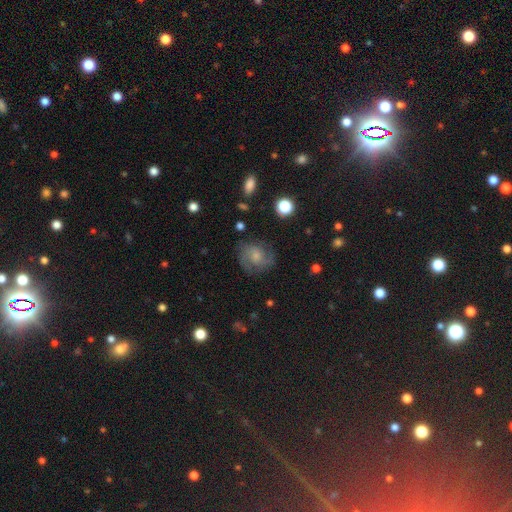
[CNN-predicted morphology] A featured or disk galaxy (64%) with no bar (69%), 2 (51%) medium (48%) spiral arms (90%) and a small central bulge (49%). Merging: none (72%).